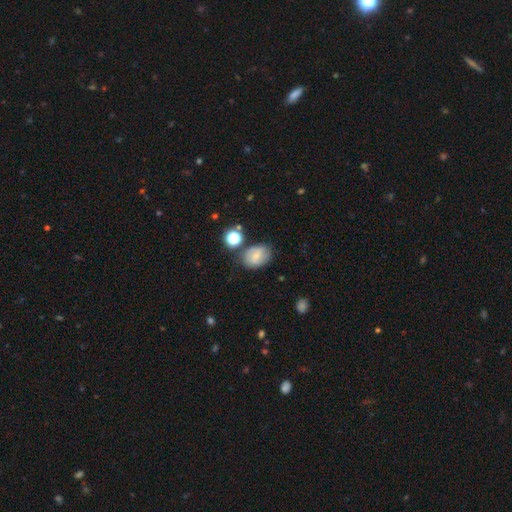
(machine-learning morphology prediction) featured or disk 45%, smooth 44%, star or artifact 11%. Down the decision tree: merging — none (68%).